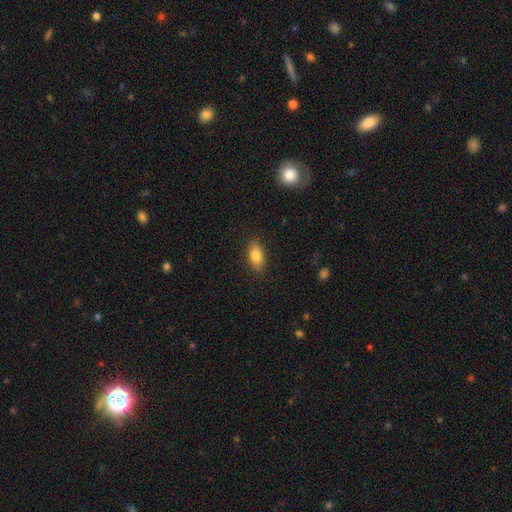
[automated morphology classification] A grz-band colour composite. It shows a smooth galaxy with no disk features (82%) that is in between round and cigar-shaped (88%). Merging: none (87%).